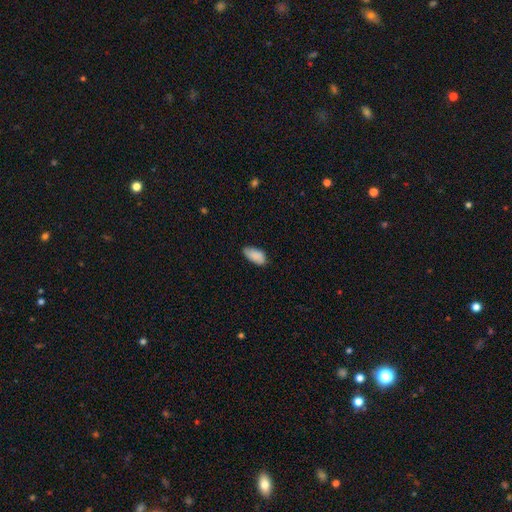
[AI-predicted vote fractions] Q: Smooth or featured?
A: smooth (87%); runner-up: star or artifact (7%)
Q: How rounded?
A: in between (93%); runner-up: cigar-shaped (5%)
Q: Merging?
A: none (74%); runner-up: minor disturbance (21%)